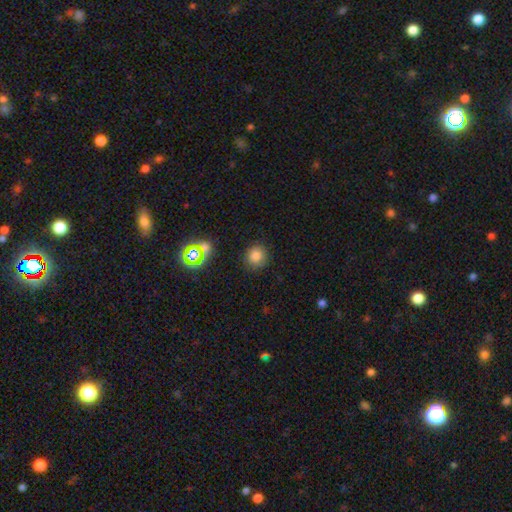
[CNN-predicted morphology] smooth-or-featured: smooth: 79% | star or artifact: 15% | featured or disk: 6%
  how-rounded: round: 89% | in between: 10% | cigar-shaped: 1%
  merging: none: 84% | minor disturbance: 10% | major disturbance: 3% | merger: 2%